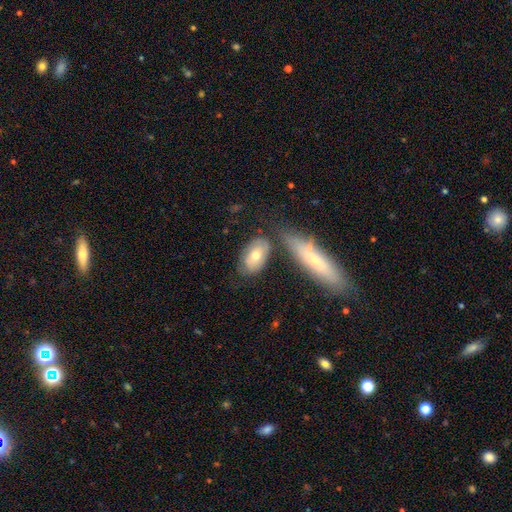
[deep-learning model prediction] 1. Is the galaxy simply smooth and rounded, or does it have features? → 59% smooth, 35% featured or disk, 6% star or artifact.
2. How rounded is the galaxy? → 88% in between, 7% round, 5% cigar-shaped.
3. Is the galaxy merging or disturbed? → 59% none, 18% minor disturbance, 17% merger, 7% major disturbance.